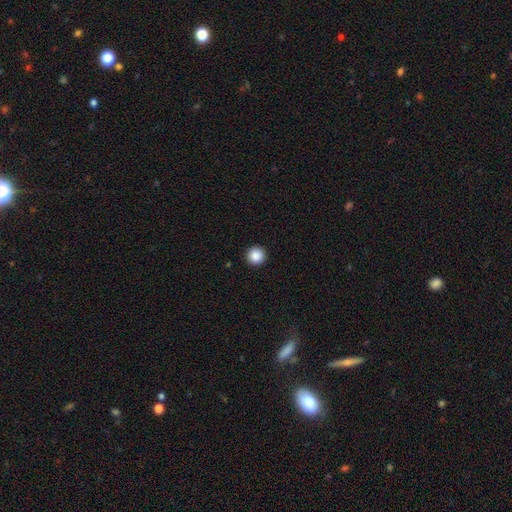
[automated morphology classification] Overall: smooth (88%). How rounded: round (96%). Merging: none (93%).